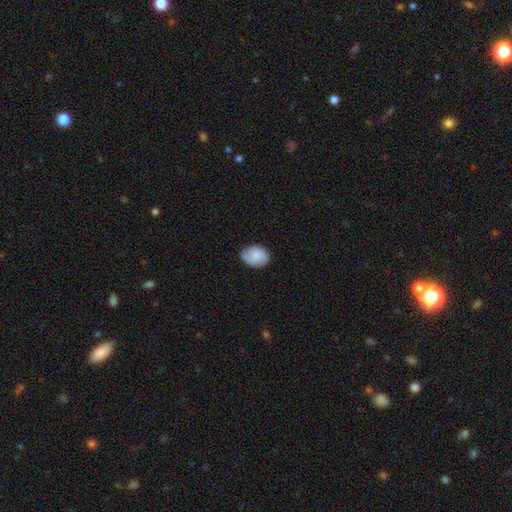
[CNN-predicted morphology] Q: Smooth or featured?
A: smooth (72%); runner-up: featured or disk (21%)
Q: How rounded?
A: in between (68%); runner-up: round (31%)
Q: Merging?
A: none (77%); runner-up: minor disturbance (19%)